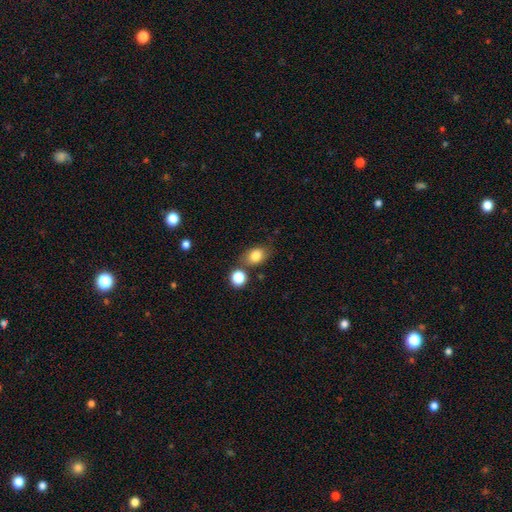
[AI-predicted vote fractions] smooth_or_featured: smooth (p=0.82) [alt: star or artifact p=0.10]
how_rounded: in between (p=0.70) [alt: round p=0.29]
merging: none (p=0.65) [alt: minor disturbance p=0.17]